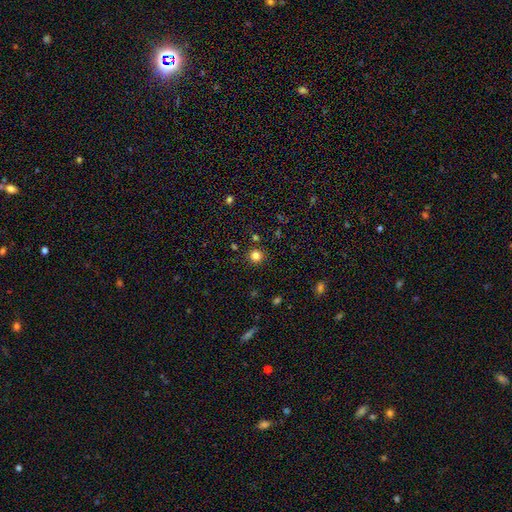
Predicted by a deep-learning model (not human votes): Smooth or featured? Predicted: smooth (p=0.82). How rounded? Predicted: round (p=0.94). Merging? Predicted: none (p=0.90).